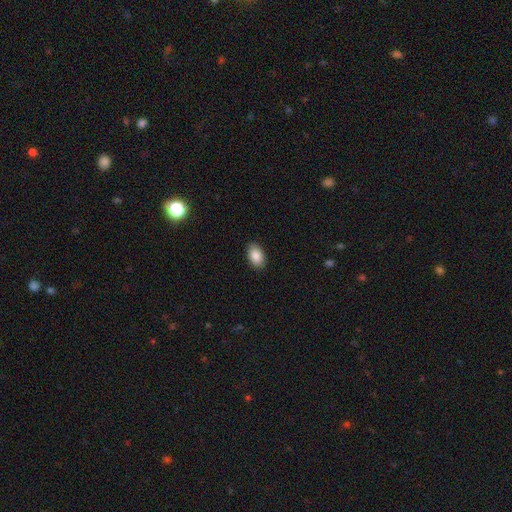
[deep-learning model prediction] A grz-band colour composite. It shows a smooth galaxy with no disk features (88%) that is in between round and cigar-shaped (90%). Merging: none (88%).